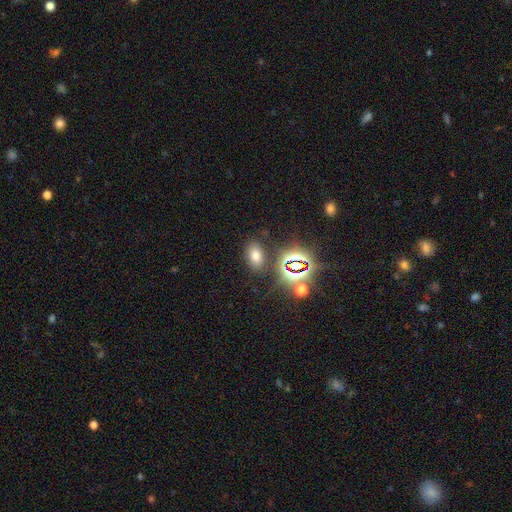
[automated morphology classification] Q: Smooth or featured?
A: smooth (63%); runner-up: star or artifact (28%)
Q: How rounded?
A: in between (85%); runner-up: round (13%)
Q: Merging?
A: none (82%); runner-up: minor disturbance (10%)